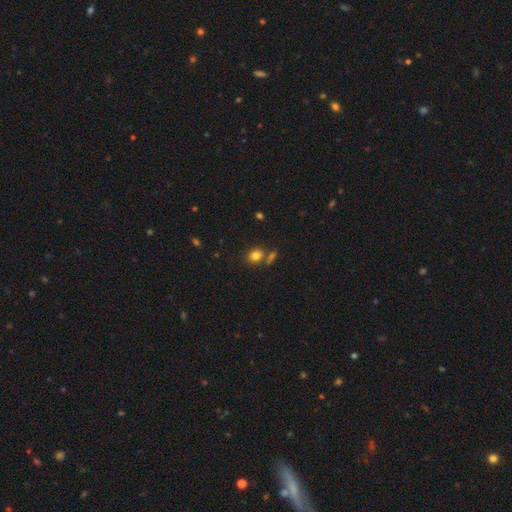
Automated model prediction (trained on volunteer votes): smooth 80%, star or artifact 13%, featured or disk 7%. Down the decision tree: how rounded — round (66%); merging — none (68%).